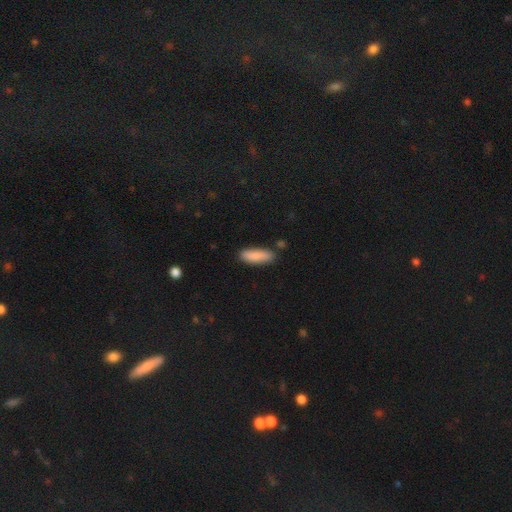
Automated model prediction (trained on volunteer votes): smooth 86%, featured or disk 8%, star or artifact 6%. Down the decision tree: how rounded — cigar-shaped (49%, tied with in between); merging — none (81%).